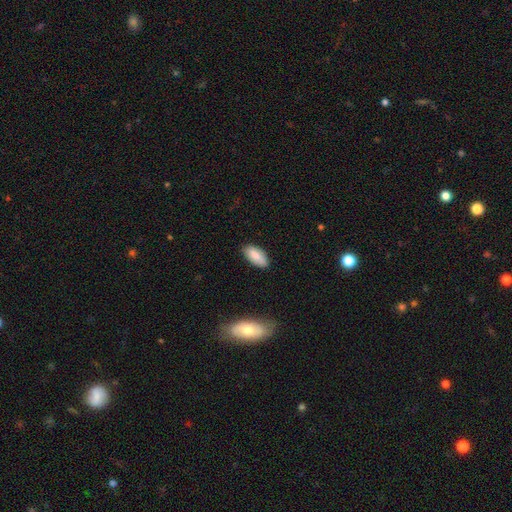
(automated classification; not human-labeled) A smooth galaxy with no disk features (85%) that is in between round and cigar-shaped (90%).

Vote fractions:
- Smooth or featured? smooth: 85% / featured or disk: 9% / star or artifact: 6%
- How rounded? in between: 90% / cigar-shaped: 8% / round: 2%
- Merging? none: 81% / minor disturbance: 15% / major disturbance: 2% / merger: 2%